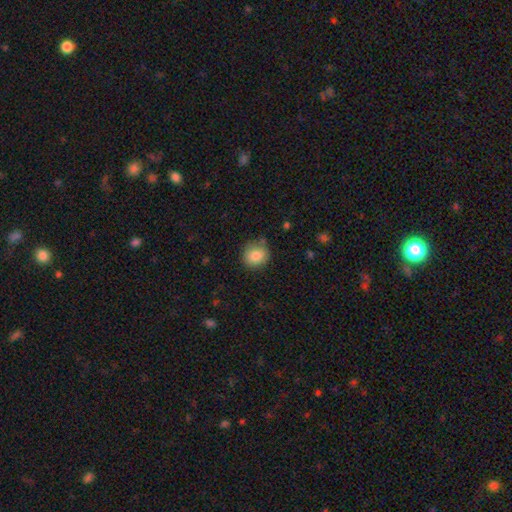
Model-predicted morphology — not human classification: Q: Smooth or featured?
A: smooth (84%); runner-up: star or artifact (9%)
Q: How rounded?
A: round (85%); runner-up: in between (14%)
Q: Merging?
A: none (78%); runner-up: minor disturbance (17%)